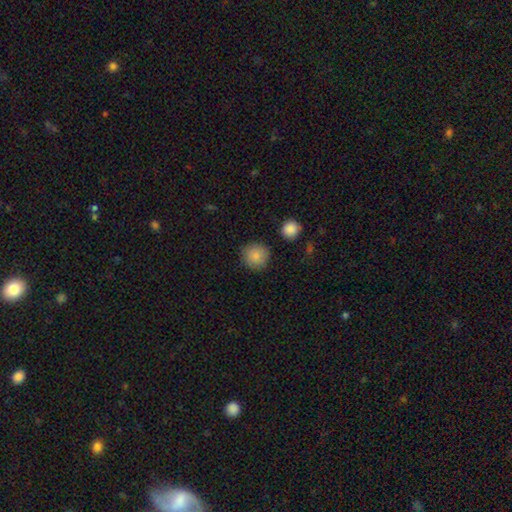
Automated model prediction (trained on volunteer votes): This is clearly a smooth galaxy (86%). How rounded: clearly round (94%). Merging: clearly none (87%).